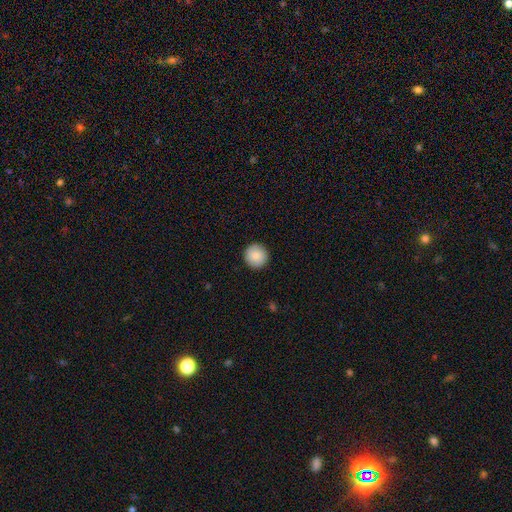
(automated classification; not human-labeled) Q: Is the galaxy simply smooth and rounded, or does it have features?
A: smooth — 86%.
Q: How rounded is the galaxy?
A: round — 96%.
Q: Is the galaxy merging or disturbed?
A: none — 92%.